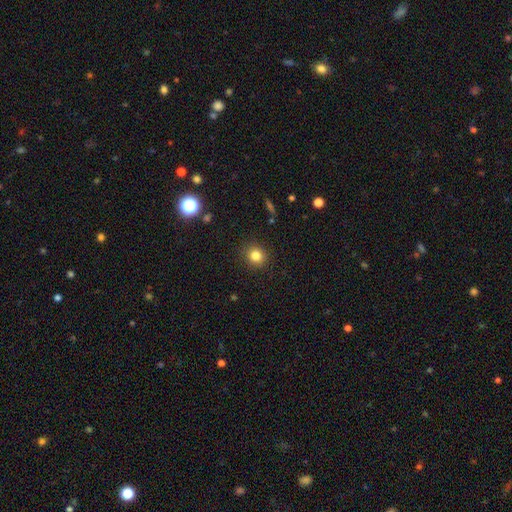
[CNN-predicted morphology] A smooth galaxy with no disk features (82%) that is round (87%). Merging: none (90%).